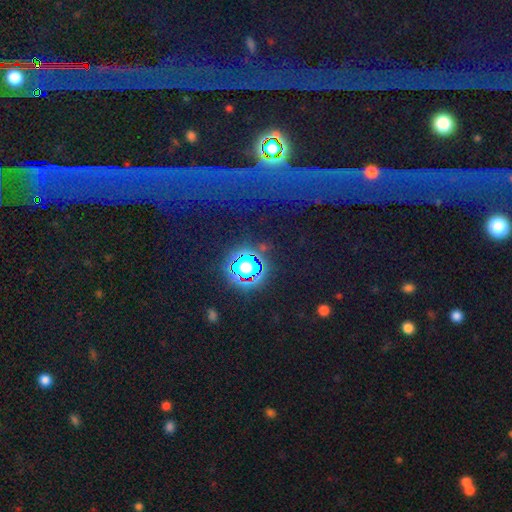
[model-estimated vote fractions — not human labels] A star or artifact, not a galaxy (82%).